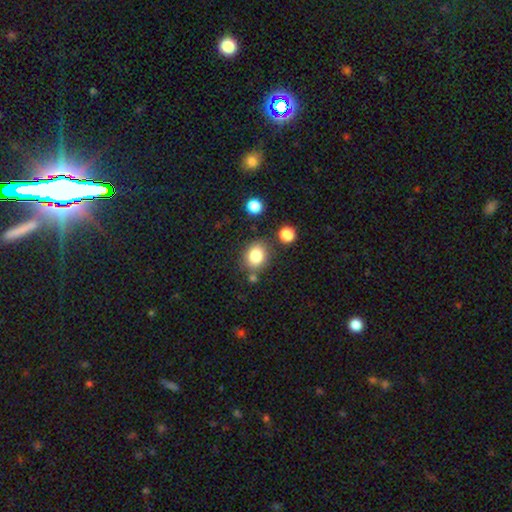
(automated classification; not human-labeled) Q: Smooth or featured?
A: smooth (83%); runner-up: star or artifact (10%)
Q: How rounded?
A: round (58%); runner-up: in between (41%)
Q: Merging?
A: none (75%); runner-up: minor disturbance (12%)